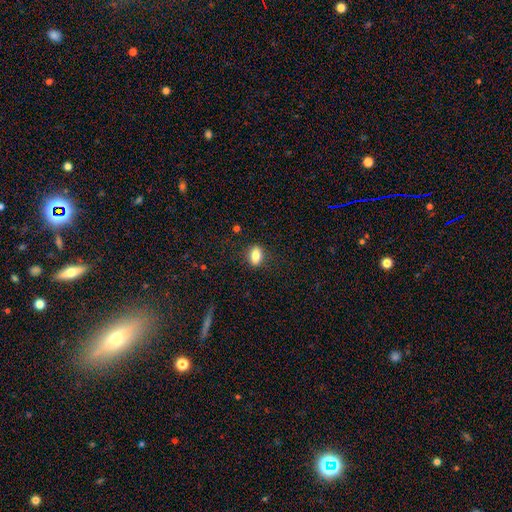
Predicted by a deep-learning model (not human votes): A smooth galaxy with no disk features (80%) that is in between round and cigar-shaped (80%).

Vote fractions:
- Smooth or featured? smooth: 80% / featured or disk: 11% / star or artifact: 9%
- How rounded? in between: 80% / round: 14% / cigar-shaped: 6%
- Merging? none: 86% / minor disturbance: 10% / major disturbance: 3% / merger: 1%